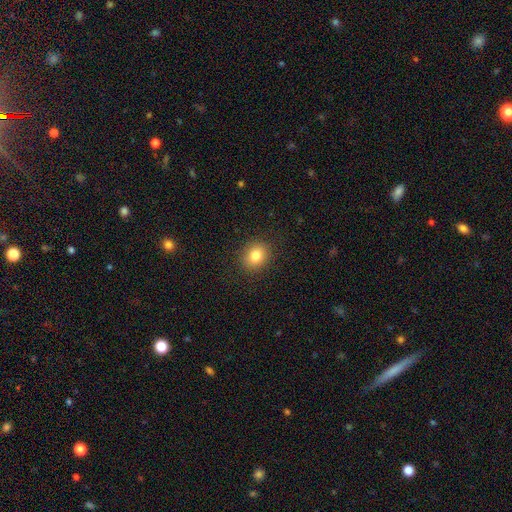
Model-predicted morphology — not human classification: smooth 82%, star or artifact 11%, featured or disk 8%. Down the decision tree: how rounded — round (69%); merging — none (89%).